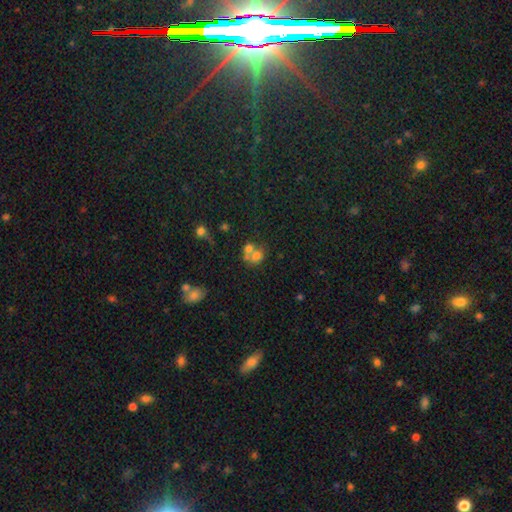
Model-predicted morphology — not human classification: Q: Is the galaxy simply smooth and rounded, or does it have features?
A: smooth — 64%.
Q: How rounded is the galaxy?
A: round — 61%.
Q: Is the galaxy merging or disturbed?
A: merger — 58%.